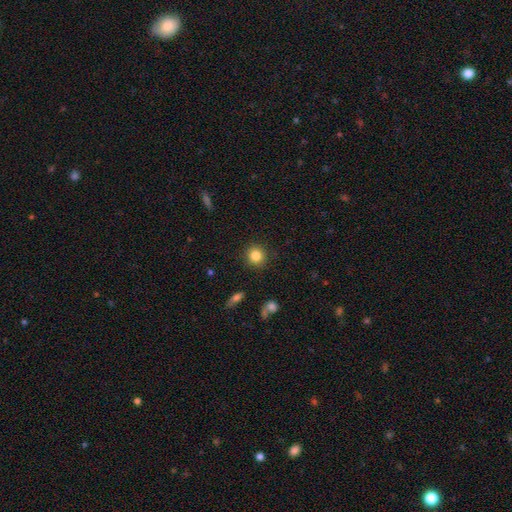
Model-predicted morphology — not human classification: This appears to be a smooth galaxy with no disk features (84%) that is round (92%). Merging: none (90%).